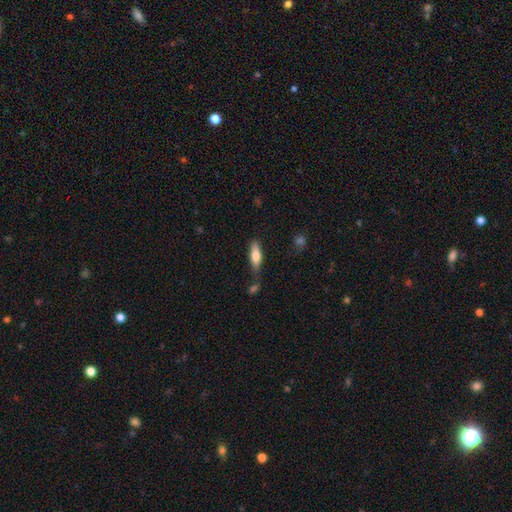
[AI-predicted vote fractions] Q: Smooth or featured?
A: smooth (72%); runner-up: featured or disk (22%)
Q: How rounded?
A: in between (52%); runner-up: cigar-shaped (46%)
Q: Merging?
A: none (64%); runner-up: minor disturbance (21%)